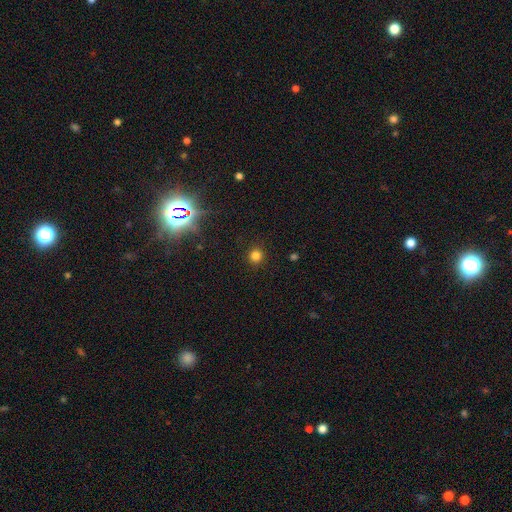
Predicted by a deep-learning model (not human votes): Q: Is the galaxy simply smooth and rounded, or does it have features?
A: smooth — 79%.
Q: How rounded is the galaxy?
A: round — 93%.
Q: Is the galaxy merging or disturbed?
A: none — 91%.